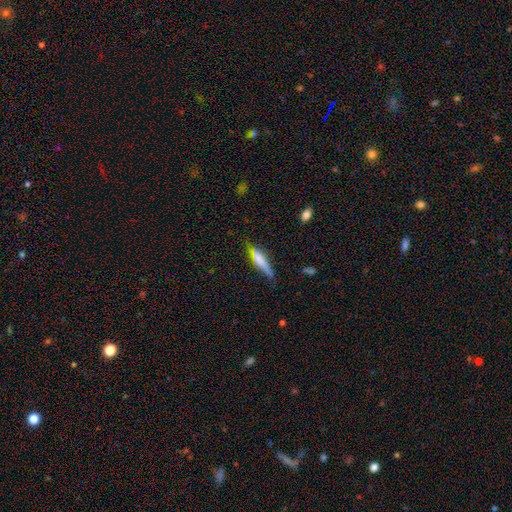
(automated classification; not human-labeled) Smooth or featured: smooth — 58% (featured or disk — 34%)
How rounded: cigar-shaped — 84% (in between — 14%)
Merging: none — 64% (minor disturbance — 26%)